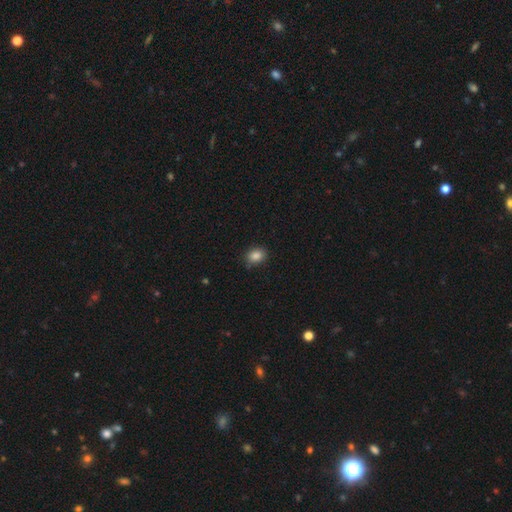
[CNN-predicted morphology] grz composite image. It shows a smooth galaxy with no disk features (86%) that is in between round and cigar-shaped (57%). Merging: none (83%).